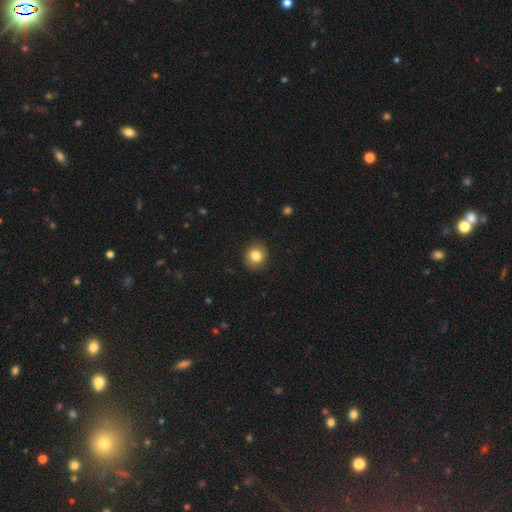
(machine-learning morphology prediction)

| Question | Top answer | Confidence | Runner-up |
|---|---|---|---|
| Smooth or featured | smooth | 83% | star or artifact (10%) |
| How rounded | round | 88% | in between (11%) |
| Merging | none | 90% | minor disturbance (7%) |